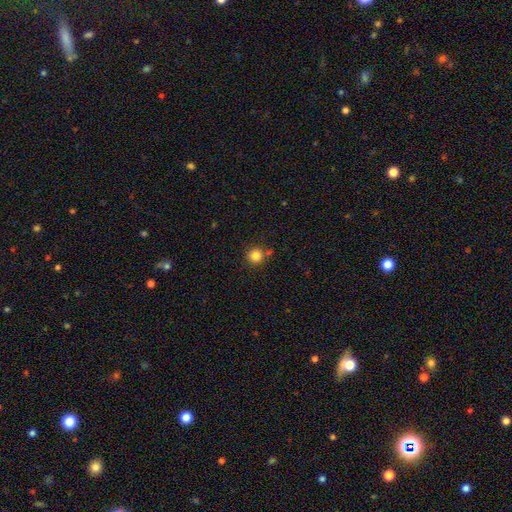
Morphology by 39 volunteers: This appears to be a smooth galaxy with no disk features (92%) that is round (97%). Merging: none (89%).